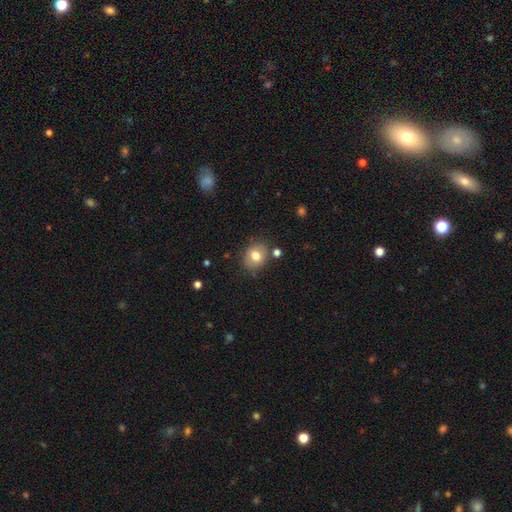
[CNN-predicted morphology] Smooth or featured?
  - smooth: 75% *
  - featured or disk: 15%
  - star or artifact: 10%
How rounded?
  - round: 63% *
  - in between: 36%
  - cigar-shaped: 1%
Merging?
  - none: 80% *
  - minor disturbance: 12%
  - merger: 5%
  - major disturbance: 3%